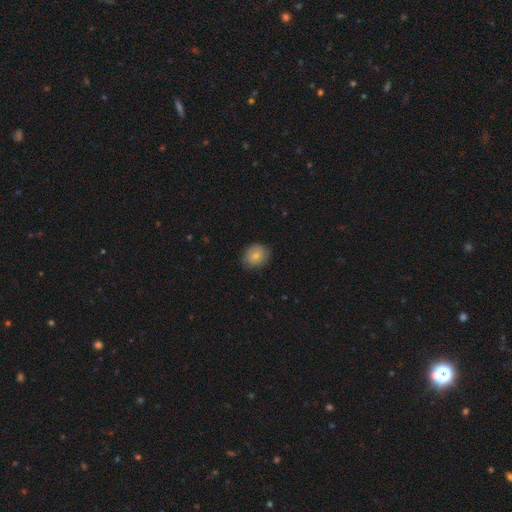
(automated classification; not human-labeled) Smooth or featured? Predicted: smooth (p=0.79). How rounded? Predicted: round (p=0.69). Merging? Predicted: none (p=0.79).